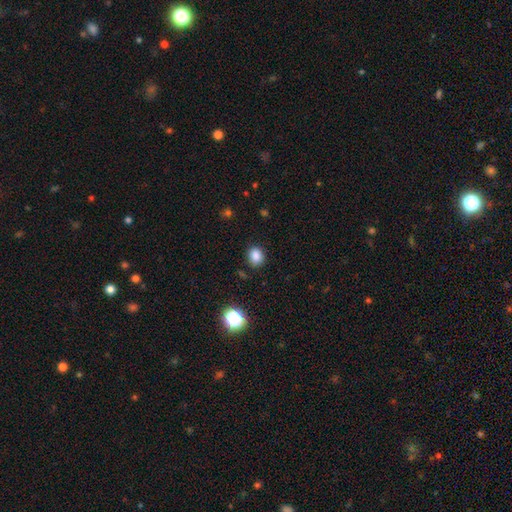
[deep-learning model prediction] smooth-or-featured: smooth: 84% | star or artifact: 12% | featured or disk: 4%
  how-rounded: round: 64% | in between: 35% | cigar-shaped: 1%
  merging: none: 84% | minor disturbance: 12% | major disturbance: 3% | merger: 2%